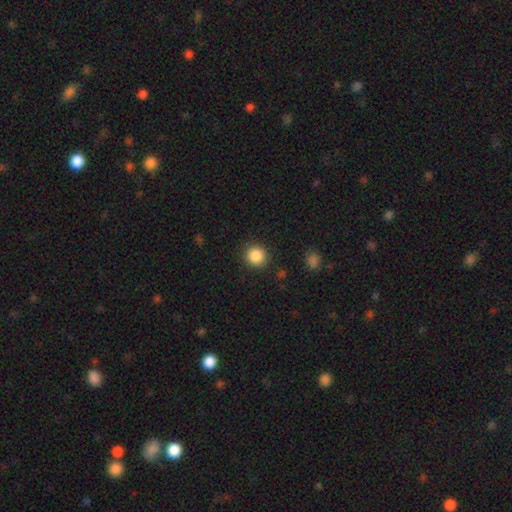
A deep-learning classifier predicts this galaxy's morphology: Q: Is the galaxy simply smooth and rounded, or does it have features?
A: smooth — 87%.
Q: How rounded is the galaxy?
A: round — 92%.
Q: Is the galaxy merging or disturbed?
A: none — 89%.